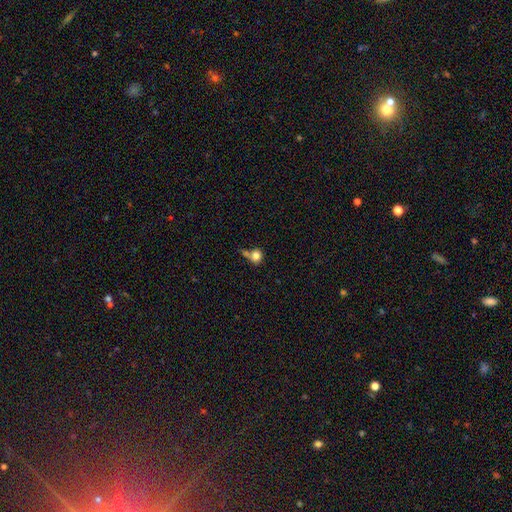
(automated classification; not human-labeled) This appears to be a smooth galaxy with no disk features (81%) that is round (76%). Merging: none (44%).